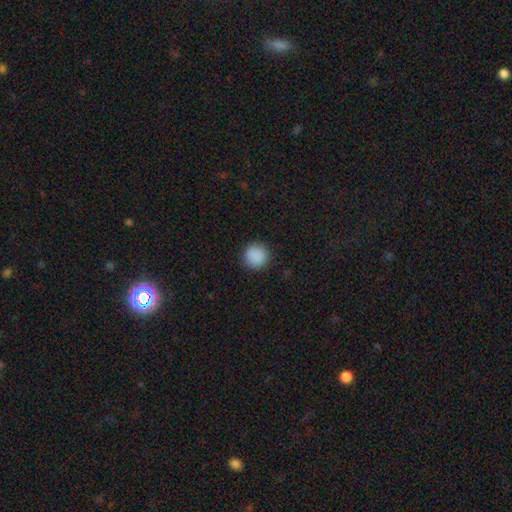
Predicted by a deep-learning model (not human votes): smooth-or-featured: smooth: 89% | star or artifact: 9% | featured or disk: 2%
  how-rounded: round: 95% | in between: 4% | cigar-shaped: 1%
  merging: none: 91% | minor disturbance: 6% | major disturbance: 2% | merger: 1%